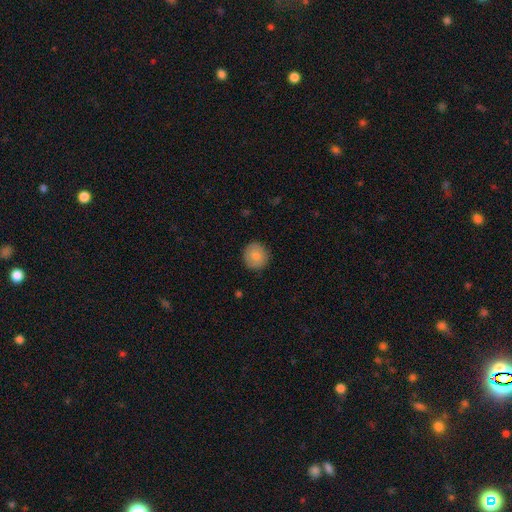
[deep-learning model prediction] smooth_or_featured: smooth (p=0.84) [alt: featured or disk p=0.09]
how_rounded: round (p=0.92) [alt: in between p=0.07]
merging: none (p=0.89) [alt: minor disturbance p=0.08]